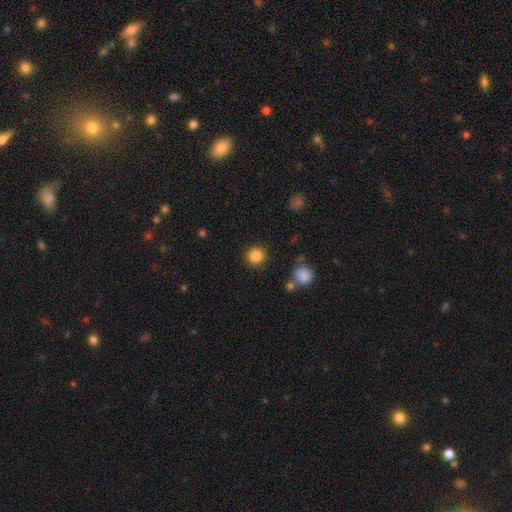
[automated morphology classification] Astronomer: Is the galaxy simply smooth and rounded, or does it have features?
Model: smooth — 86%.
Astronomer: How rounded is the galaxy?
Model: round — 94%.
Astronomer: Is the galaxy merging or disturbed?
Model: none — 88%.